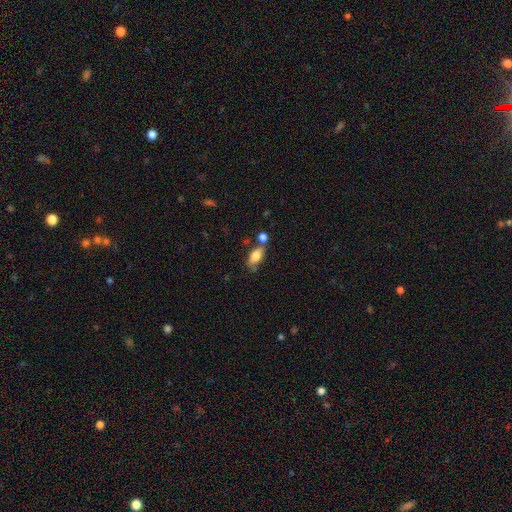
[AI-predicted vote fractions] Smooth or featured: smooth — 79% (featured or disk — 13%)
How rounded: in between — 85% (cigar-shaped — 10%)
Merging: none — 58% (merger — 20%)